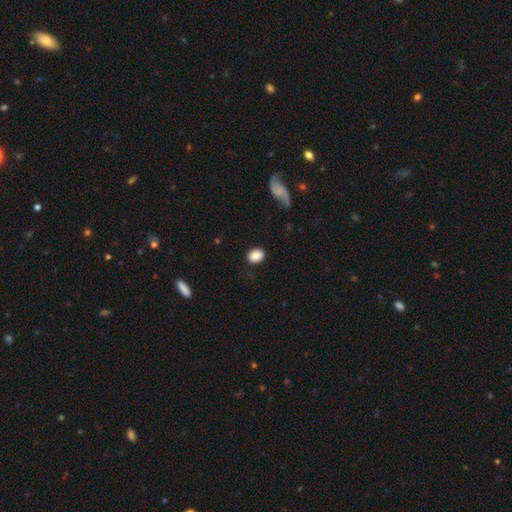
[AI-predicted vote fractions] Morphology: type=smooth (86%); roundness=in between (68%); merging=none (78%).